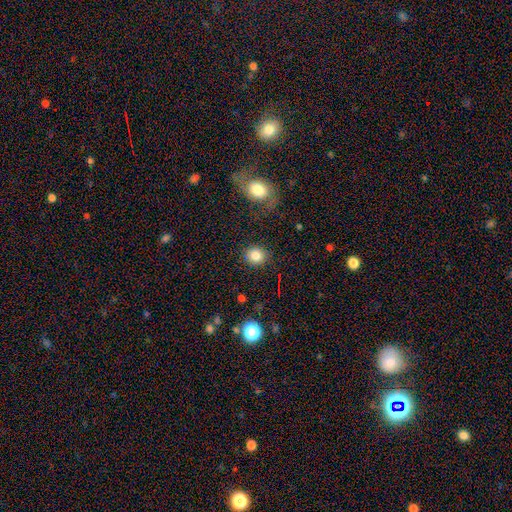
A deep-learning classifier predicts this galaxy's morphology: This appears to be a smooth galaxy with no disk features (83%) that is round (75%). Merging: none (87%).